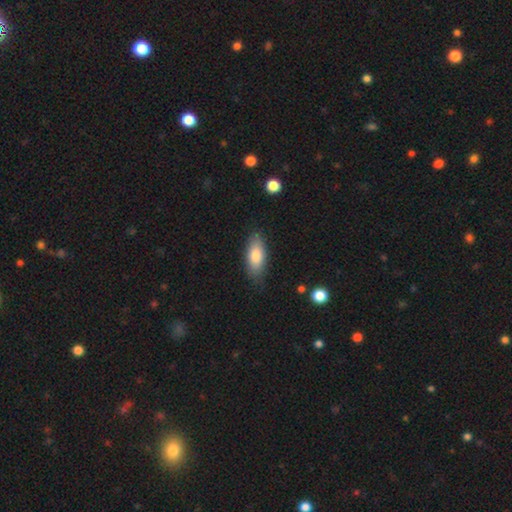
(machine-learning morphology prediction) smooth-or-featured: smooth: 79% | featured or disk: 15% | star or artifact: 6%
  how-rounded: in between: 82% | cigar-shaped: 16% | round: 2%
  merging: none: 80% | minor disturbance: 15% | major disturbance: 3% | merger: 1%